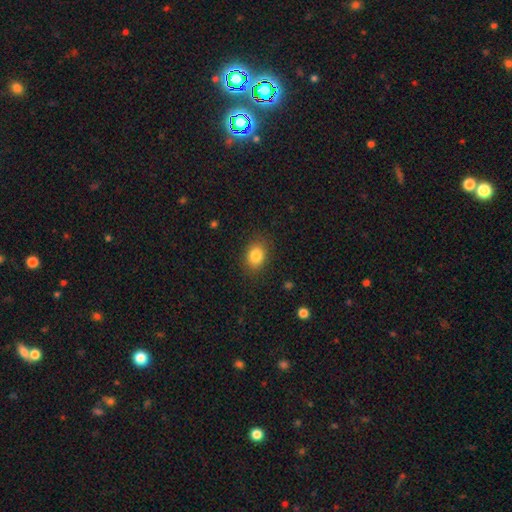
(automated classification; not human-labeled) A smooth galaxy with no disk features (84%) that is in between round and cigar-shaped (62%).

Vote fractions:
- Smooth or featured? smooth: 84% / star or artifact: 10% / featured or disk: 7%
- How rounded? in between: 62% / round: 37% / cigar-shaped: 1%
- Merging? none: 86% / minor disturbance: 10% / major disturbance: 3% / merger: 1%